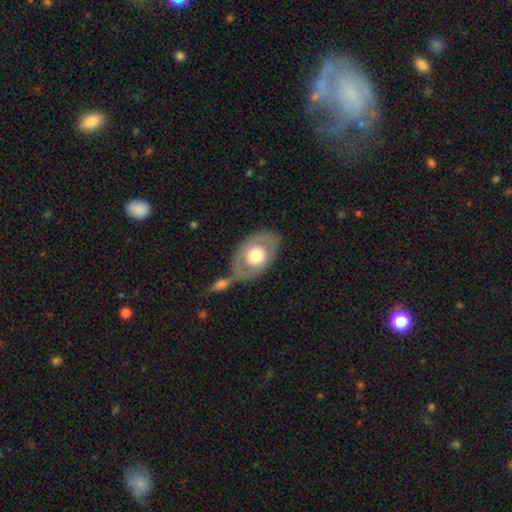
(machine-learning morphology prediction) smooth-or-featured: smooth: 51% | featured or disk: 44% | star or artifact: 5%
  how-rounded: in between: 82% | round: 16% | cigar-shaped: 1%
  merging: none: 57% | merger: 22% | minor disturbance: 15% | major disturbance: 6%